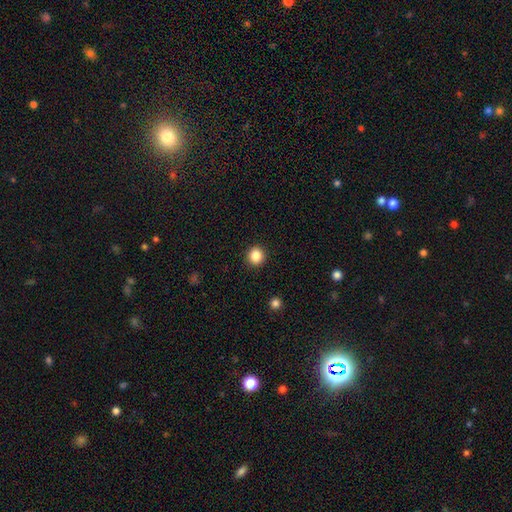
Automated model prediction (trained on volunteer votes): This appears to be a smooth galaxy with no disk features (85%) that is round (89%). Merging: none (92%).